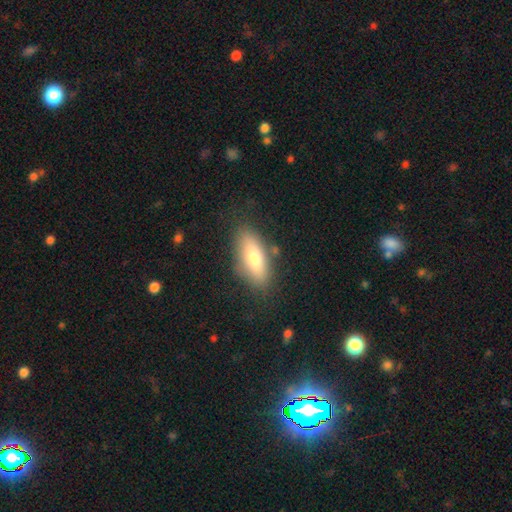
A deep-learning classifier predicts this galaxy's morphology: smooth 72%, featured or disk 21%, star or artifact 7%. Down the decision tree: how rounded — in between (73%); merging — none (81%).